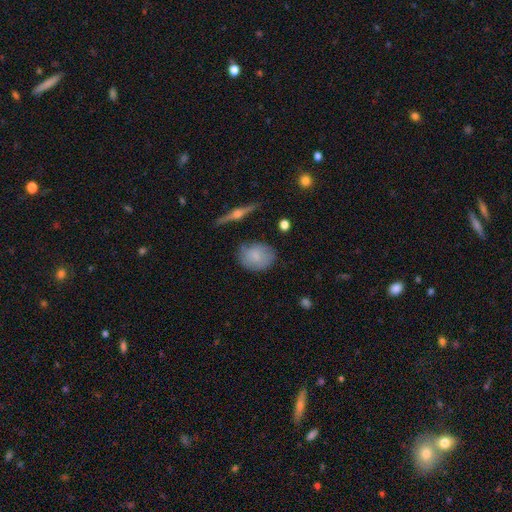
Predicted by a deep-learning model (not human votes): Smooth or featured?
  - smooth: 72% *
  - featured or disk: 21%
  - star or artifact: 7%
How rounded?
  - round: 49% * (tied)
  - in between: 49% * (tied)
  - cigar-shaped: 2%
Merging?
  - none: 74% *
  - minor disturbance: 19%
  - major disturbance: 4%
  - merger: 2%